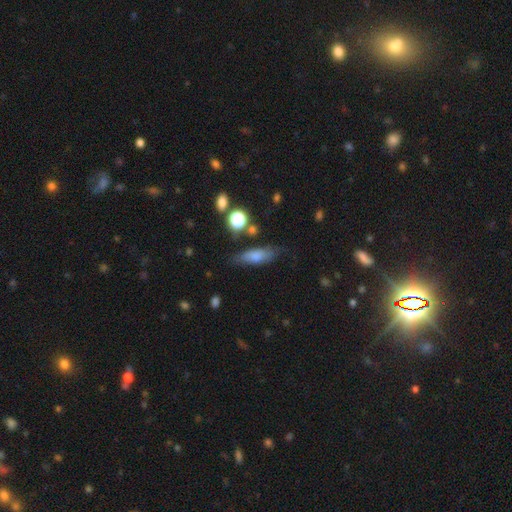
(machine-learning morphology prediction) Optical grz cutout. It shows a smooth galaxy with no disk features (71%) that is in between round and cigar-shaped (52%). Merging: none (69%).